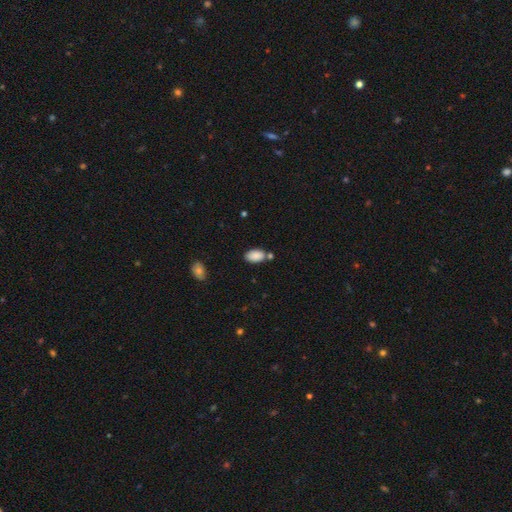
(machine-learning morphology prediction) The model was most divided on "merging": none: 66%, minor disturbance: 15%, merger: 15%, major disturbance: 4%. More confident: how rounded — in between (94%); smooth or featured — smooth (87%).